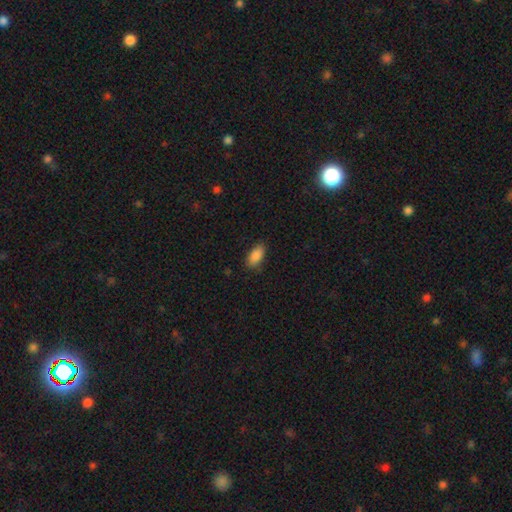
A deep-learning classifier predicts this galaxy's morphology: This appears to be a smooth galaxy with no disk features (89%) that is in between round and cigar-shaped (91%). Merging: none (84%).